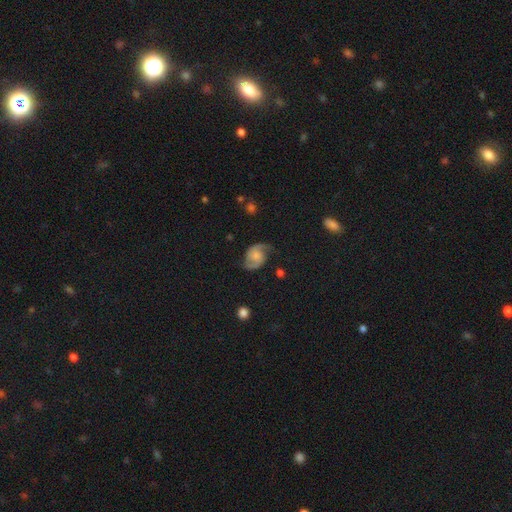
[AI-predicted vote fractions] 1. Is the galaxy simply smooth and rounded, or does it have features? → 84% featured or disk, 10% smooth, 6% star or artifact.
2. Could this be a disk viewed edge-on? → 98% no, 2% yes.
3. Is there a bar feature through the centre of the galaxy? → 64% no, 30% weak, 5% strong.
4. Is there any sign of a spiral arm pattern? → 97% yes, 3% no.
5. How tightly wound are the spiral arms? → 51% medium, 32% loose, 17% tight.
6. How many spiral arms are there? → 92% 2, 3% can't tell, 2% 1, 1% 3, 1% 4, 1% more than 4.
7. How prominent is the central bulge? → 35% moderate, 34% small, 20% none, 8% large, 2% dominant.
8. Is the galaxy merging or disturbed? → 73% none, 18% minor disturbance, 8% major disturbance, 2% merger.